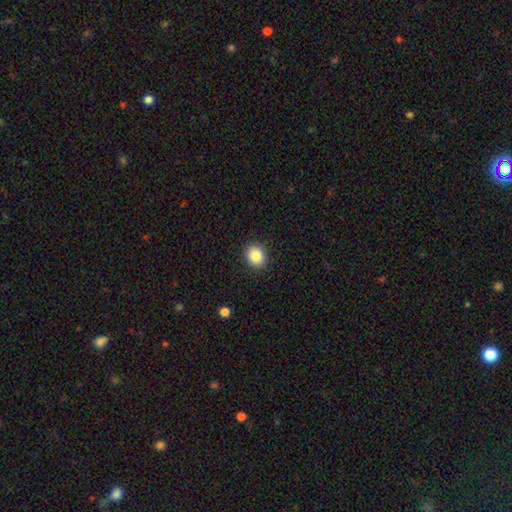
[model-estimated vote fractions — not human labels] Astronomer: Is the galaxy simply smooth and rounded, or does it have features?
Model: smooth — 86%.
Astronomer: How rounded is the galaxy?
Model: round — 63%.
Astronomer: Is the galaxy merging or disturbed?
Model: none — 91%.